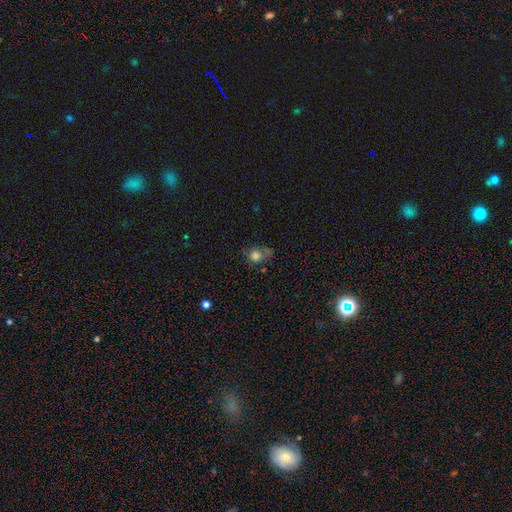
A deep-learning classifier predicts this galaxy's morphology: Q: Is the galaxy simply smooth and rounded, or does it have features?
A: smooth — 68%.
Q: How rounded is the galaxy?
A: round — 66%.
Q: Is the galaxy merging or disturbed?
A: none — 49%.